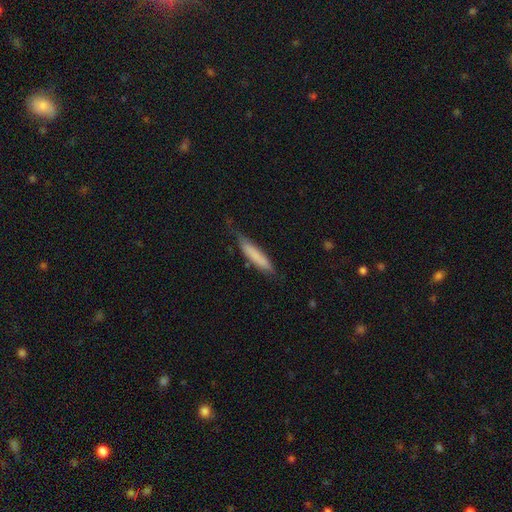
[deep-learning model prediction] A smooth galaxy with no disk features (77%) that is cigar-shaped (86%).

Vote fractions:
- Smooth or featured? smooth: 77% / featured or disk: 17% / star or artifact: 6%
- How rounded? cigar-shaped: 86% / in between: 12% / round: 1%
- Merging? none: 62% / minor disturbance: 28% / major disturbance: 8% / merger: 2%